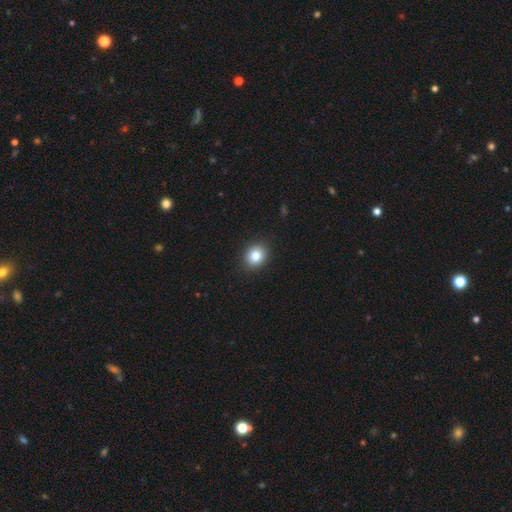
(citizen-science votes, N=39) A smooth galaxy with no disk features (82%) that is round (72%). Merging: none (89%).